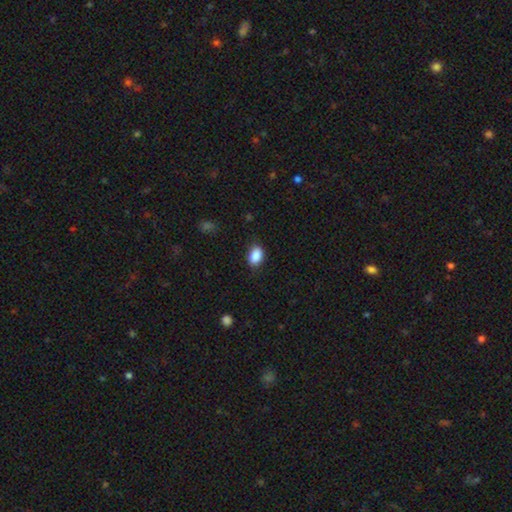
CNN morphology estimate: type=smooth (89%); roundness=in between (86%); merging=none (80%).